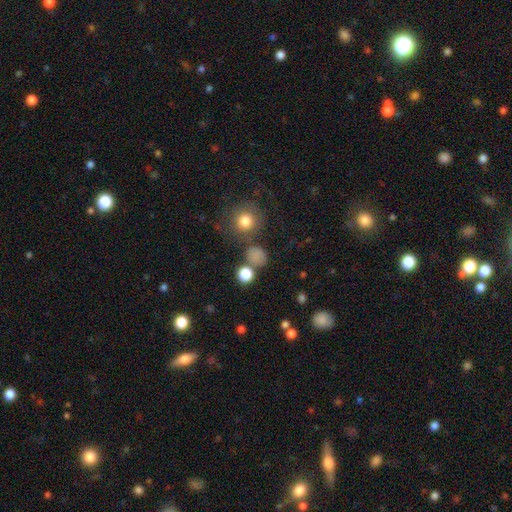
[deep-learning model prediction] Q: Smooth or featured?
A: smooth (77%); runner-up: star or artifact (17%)
Q: How rounded?
A: round (82%); runner-up: in between (17%)
Q: Merging?
A: none (72%); runner-up: merger (11%)